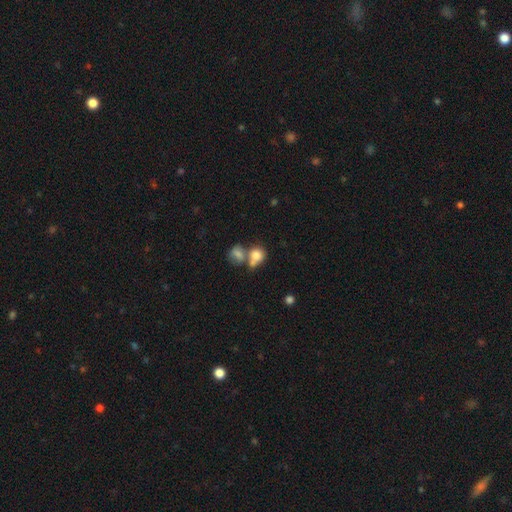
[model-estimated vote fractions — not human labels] smooth_or_featured: smooth (p=0.79) [alt: featured or disk p=0.12]
how_rounded: round (p=0.66) [alt: in between p=0.33]
merging: merger (p=0.57) [alt: none p=0.29]